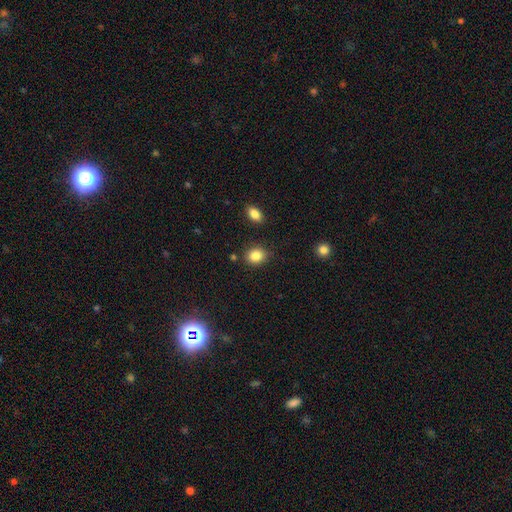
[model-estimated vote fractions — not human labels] Smooth or featured?
  - smooth: 86% *
  - star or artifact: 9%
  - featured or disk: 5%
How rounded?
  - round: 63% *
  - in between: 36%
  - cigar-shaped: 1%
Merging?
  - none: 84% *
  - minor disturbance: 10%
  - merger: 3%
  - major disturbance: 3%